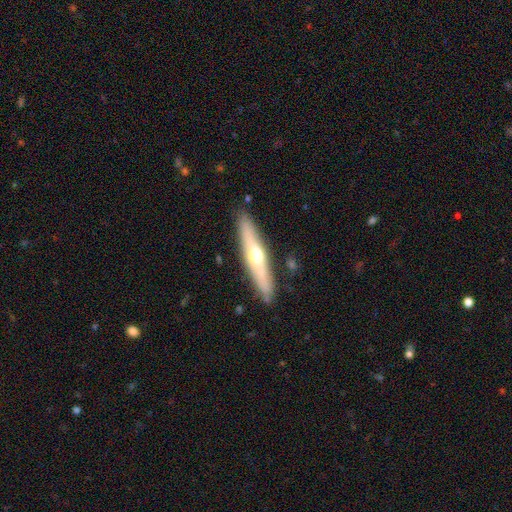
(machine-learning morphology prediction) A featured or disk galaxy (54%) viewed edge-on (89%).

Vote fractions:
- Smooth or featured? featured or disk: 54% / smooth: 40% / star or artifact: 5%
- Edge-on disk? yes: 89% / no: 11%
- Merging? none: 87% / minor disturbance: 9% / major disturbance: 2% / merger: 2%